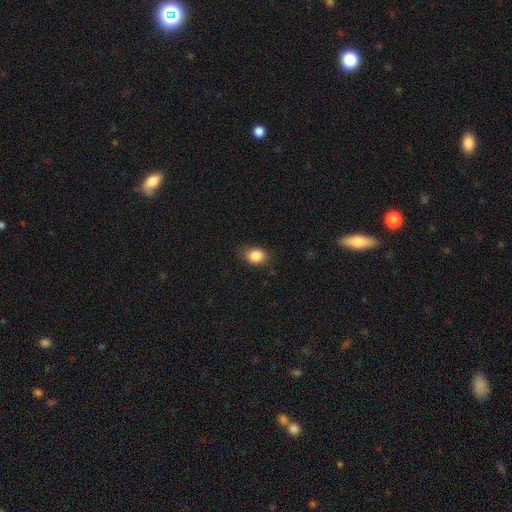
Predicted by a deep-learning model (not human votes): smooth-or-featured: smooth: 86% | star or artifact: 9% | featured or disk: 5%
  how-rounded: in between: 62% | round: 37% | cigar-shaped: 1%
  merging: none: 77% | minor disturbance: 17% | major disturbance: 4% | merger: 1%